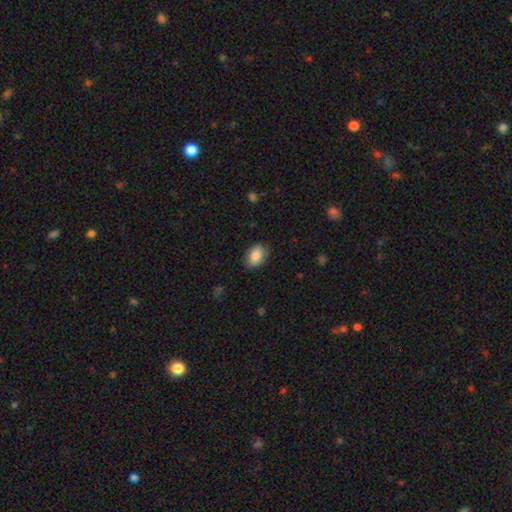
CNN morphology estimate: The model was most divided on "how rounded": in between: 85%, round: 14%, cigar-shaped: 1%. More confident: merging — none (84%); smooth or featured — smooth (83%).